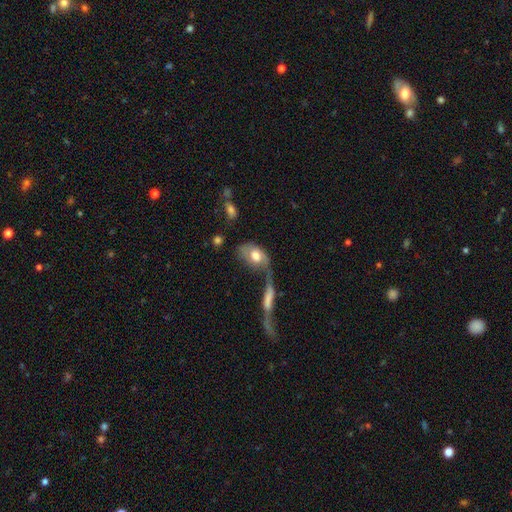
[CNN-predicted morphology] Smooth or featured?
  - smooth: 63% *
  - featured or disk: 30%
  - star or artifact: 7%
How rounded?
  - in between: 86% *
  - round: 10%
  - cigar-shaped: 4%
Merging?
  - merger: 53% *
  - major disturbance: 19%
  - none: 17%
  - minor disturbance: 11%